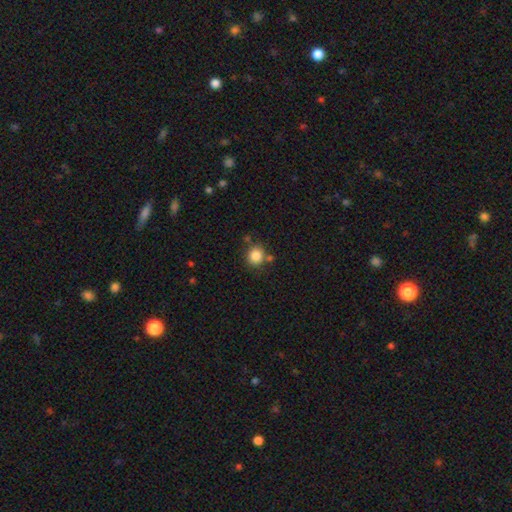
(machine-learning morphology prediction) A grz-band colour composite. It shows a smooth galaxy with no disk features (85%) that is round (83%). Merging: none (75%).